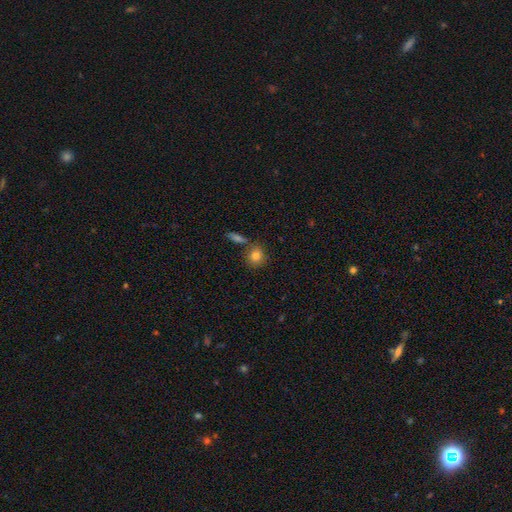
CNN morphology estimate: Smooth or featured?
  - smooth: 82% *
  - star or artifact: 9%
  - featured or disk: 9%
How rounded?
  - round: 77% *
  - in between: 21%
  - cigar-shaped: 2%
Merging?
  - none: 72% *
  - merger: 14%
  - minor disturbance: 10%
  - major disturbance: 3%